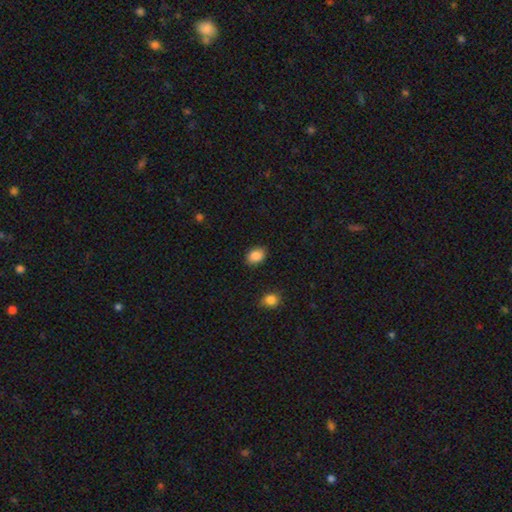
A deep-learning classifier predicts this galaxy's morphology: type=smooth (87%); roundness=in between (73%); merging=none (85%).